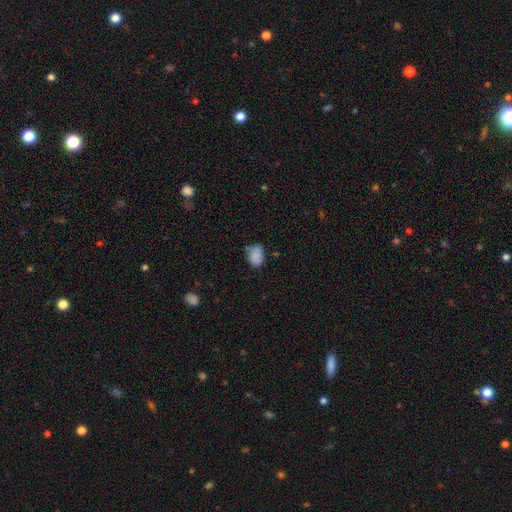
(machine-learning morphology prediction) smooth_or_featured: smooth (p=0.85) [alt: star or artifact p=0.09]
how_rounded: in between (p=0.69) [alt: round p=0.29]
merging: none (p=0.63) [alt: minor disturbance p=0.27]